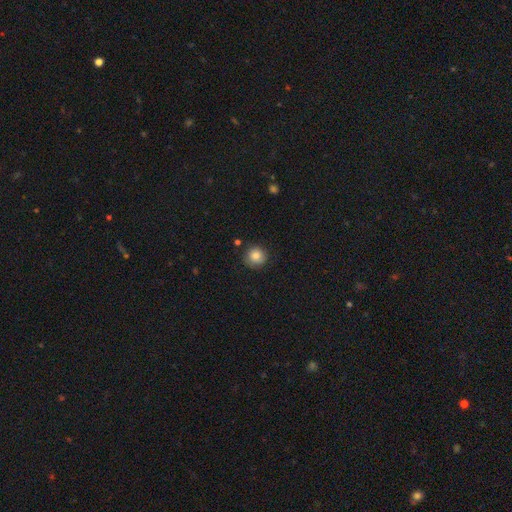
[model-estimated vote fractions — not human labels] Smooth or featured? Predicted: smooth (p=0.82). How rounded? Predicted: round (p=0.91). Merging? Predicted: none (p=0.82).